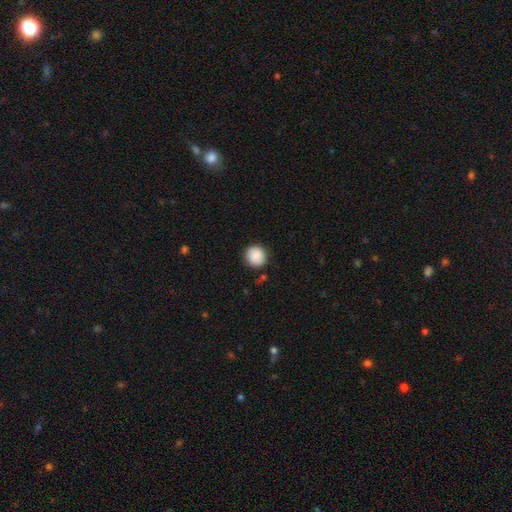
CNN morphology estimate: Smooth or featured: smooth — 89% (star or artifact — 7%)
How rounded: round — 91% (in between — 8%)
Merging: none — 86% (minor disturbance — 10%)